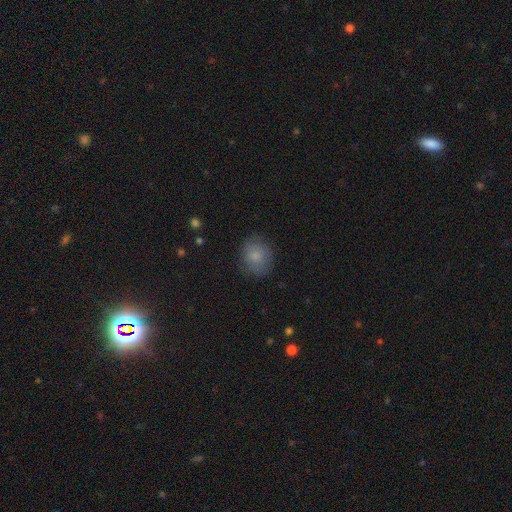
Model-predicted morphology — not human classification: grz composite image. It shows a smooth galaxy with no disk features (82%) that is round (74%). Merging: none (80%).